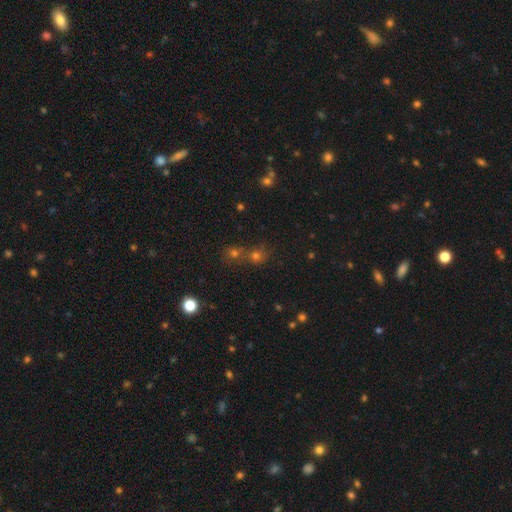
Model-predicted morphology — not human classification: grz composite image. It shows a smooth galaxy with no disk features (57%) that is round (86%). Merging: none (49%).